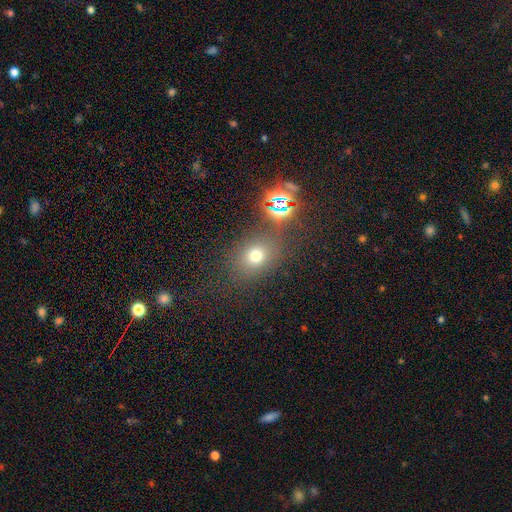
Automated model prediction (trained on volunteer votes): This is likely a smooth galaxy (65%). How rounded: possibly round (58%). Merging: likely none (75%).